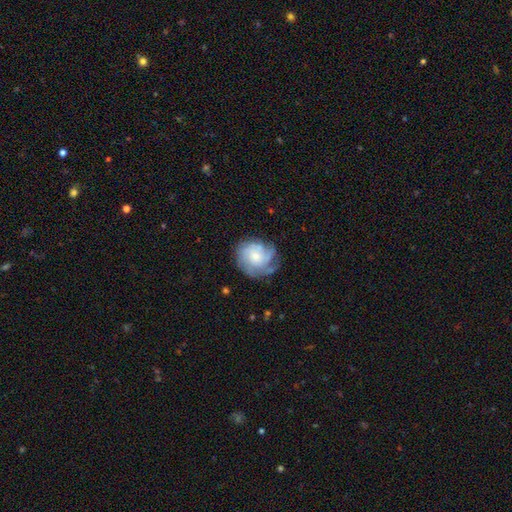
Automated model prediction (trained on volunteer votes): This is likely a featured or disk galaxy (62%). It is clearly not viewed edge-on (98%). Bar: likely no (78%). Spiral arm pattern: clearly yes (85%). Spiral arm count: marginally can't tell (44%). Spiral winding: possibly tight (56%). Central bulge: marginally small (44%). Merging: likely none (63%).